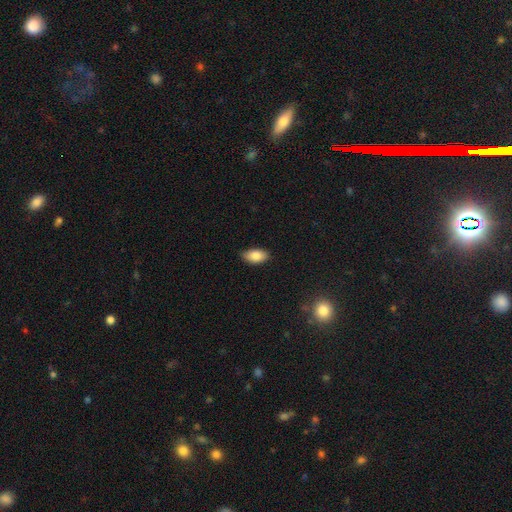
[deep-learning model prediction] smooth_or_featured: smooth (p=0.84) [alt: featured or disk p=0.09]
how_rounded: in between (p=0.93) [alt: round p=0.04]
merging: none (p=0.85) [alt: minor disturbance p=0.12]